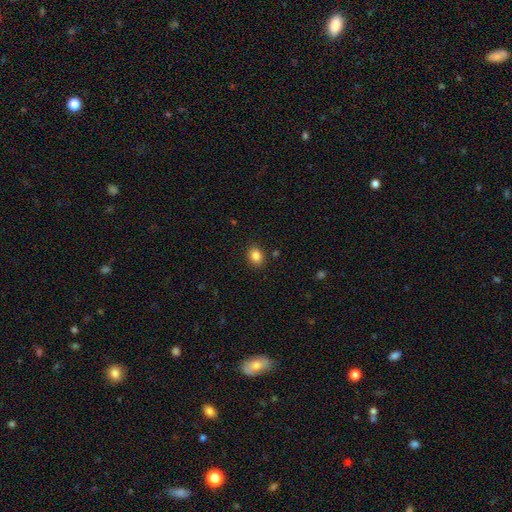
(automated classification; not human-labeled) This is clearly a smooth galaxy (85%). How rounded: possibly in between (51%). Merging: clearly none (87%).